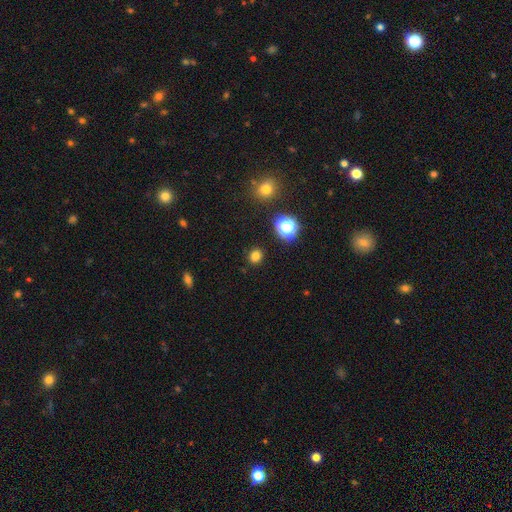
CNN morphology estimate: Smooth or featured? Predicted: smooth (p=0.77). How rounded? Predicted: round (p=0.74). Merging? Predicted: none (p=0.88).